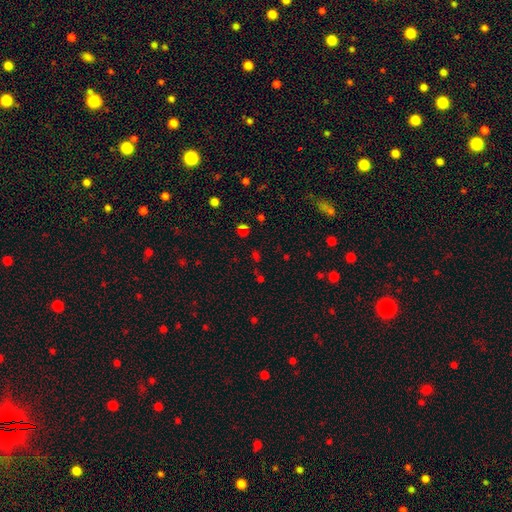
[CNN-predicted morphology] Overall: star or artifact (54%; smooth 38%).